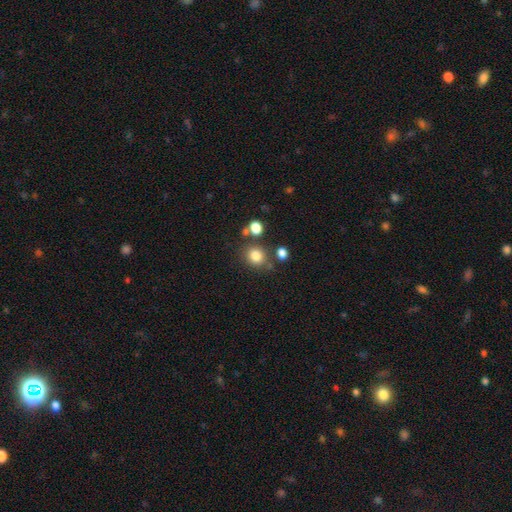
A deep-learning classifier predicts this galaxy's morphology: smooth_or_featured: smooth (p=0.81) [alt: star or artifact p=0.12]
how_rounded: round (p=0.82) [alt: in between p=0.18]
merging: none (p=0.74) [alt: minor disturbance p=0.11]